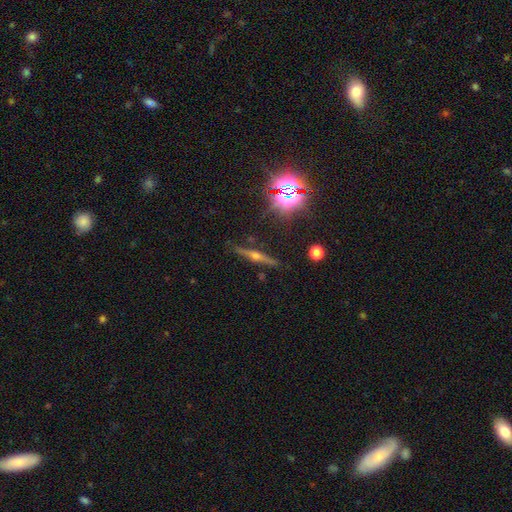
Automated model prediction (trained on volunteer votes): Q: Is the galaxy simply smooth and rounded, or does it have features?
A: featured or disk — 69%.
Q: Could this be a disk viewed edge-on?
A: yes — 97%.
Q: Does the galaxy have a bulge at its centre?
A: rounded — 92%.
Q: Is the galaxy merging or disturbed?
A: none — 89%.